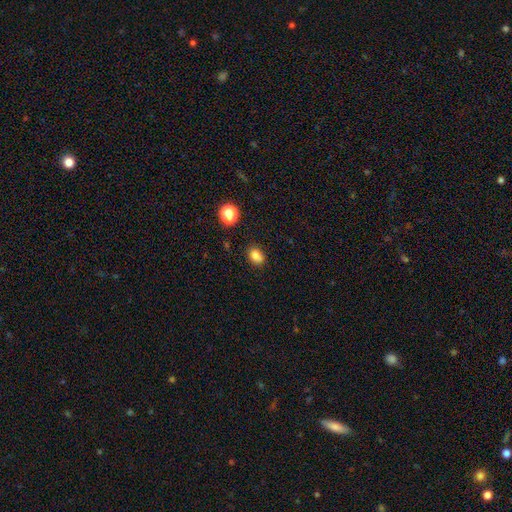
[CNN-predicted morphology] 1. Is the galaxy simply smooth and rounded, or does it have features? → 82% smooth, 12% star or artifact, 6% featured or disk.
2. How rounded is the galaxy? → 67% in between, 32% round, 1% cigar-shaped.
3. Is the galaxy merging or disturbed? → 81% none, 13% minor disturbance, 3% merger, 3% major disturbance.